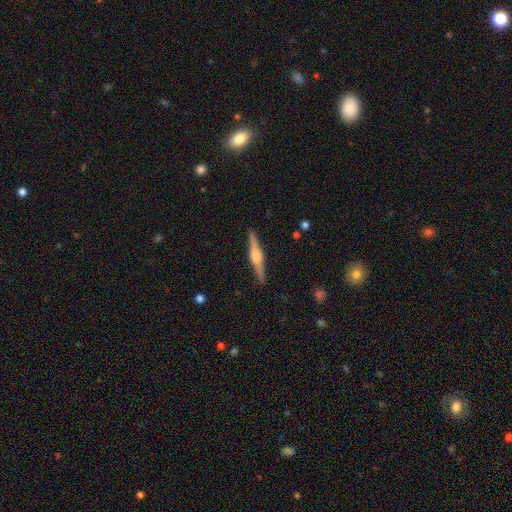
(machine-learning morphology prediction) Smooth or featured? Predicted: featured or disk (p=0.78). Edge-on disk? Predicted: yes (p=0.98). Edge-on bulge? Predicted: rounded (p=0.87). Merging? Predicted: none (p=0.91).